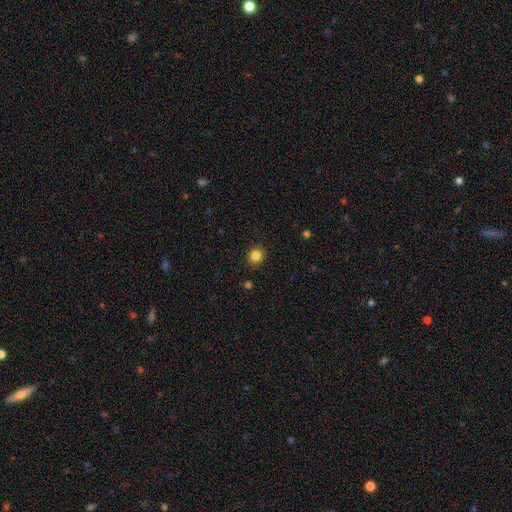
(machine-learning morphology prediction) Overall: smooth (84%). How rounded: round (86%). Merging: none (90%).